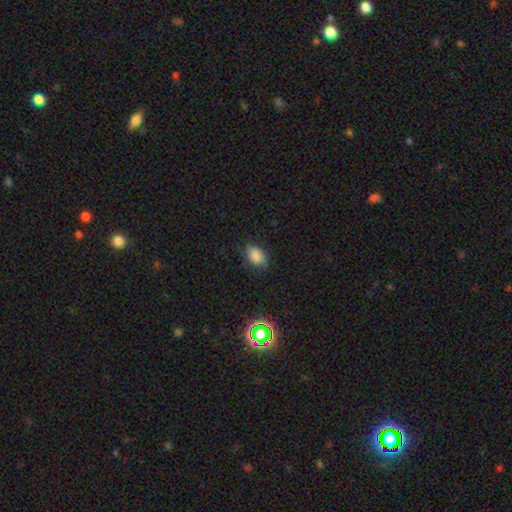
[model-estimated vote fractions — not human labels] A smooth galaxy with no disk features (78%) that is in between round and cigar-shaped (78%).

Vote fractions:
- Smooth or featured? smooth: 78% / star or artifact: 13% / featured or disk: 9%
- How rounded? in between: 78% / round: 21% / cigar-shaped: 1%
- Merging? none: 71% / minor disturbance: 22% / major disturbance: 6% / merger: 1%